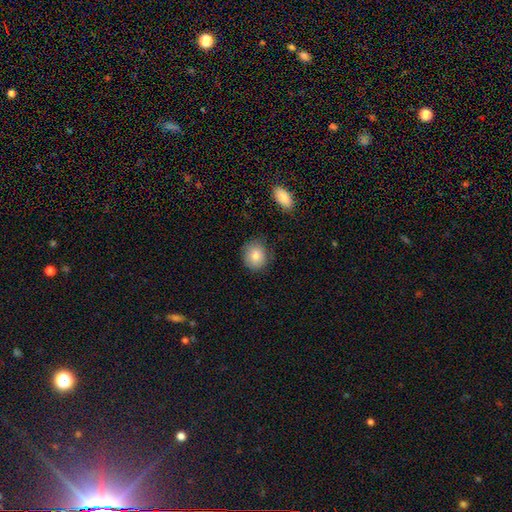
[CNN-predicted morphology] This is clearly a smooth galaxy (84%). How rounded: likely round (73%). Merging: likely none (79%).